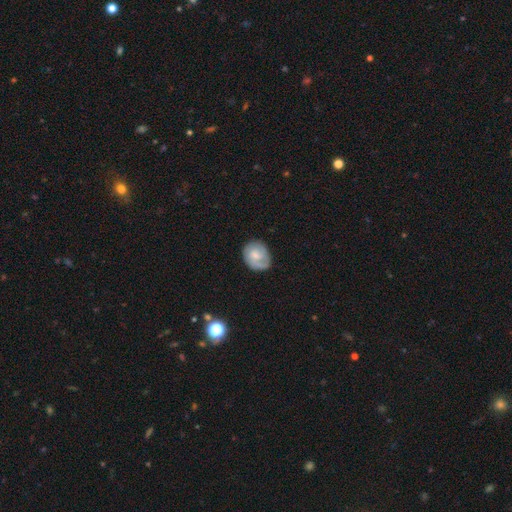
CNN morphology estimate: type=smooth (57%); roundness=round (58%); merging=none (64%).